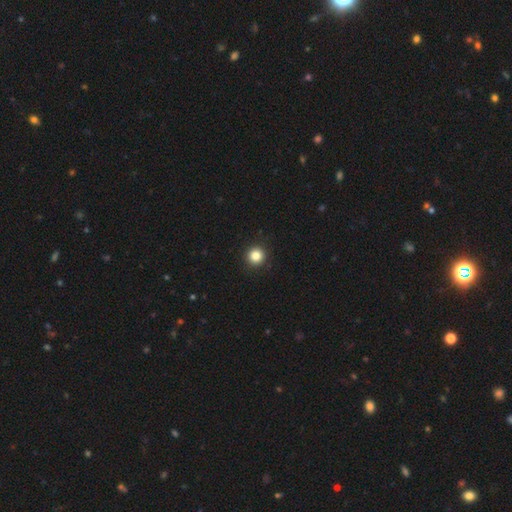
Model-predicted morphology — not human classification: type=smooth (84%); roundness=round (95%); merging=none (93%).